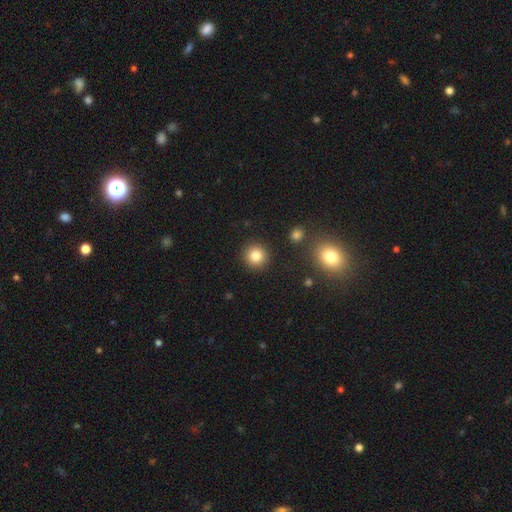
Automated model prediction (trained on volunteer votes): smooth 82%, star or artifact 11%, featured or disk 6%. Down the decision tree: how rounded — round (94%); merging — none (90%).